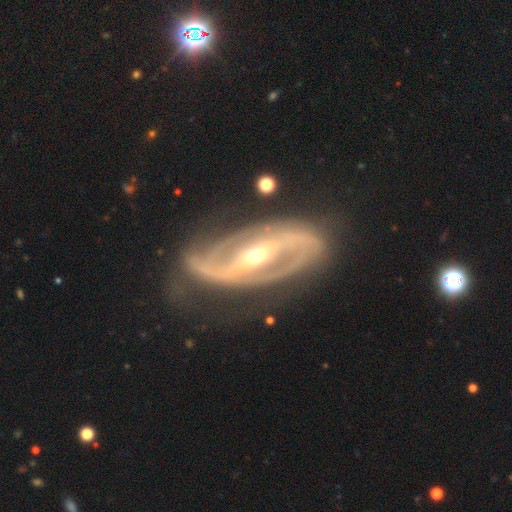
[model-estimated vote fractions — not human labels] The model was most divided on "bulge size": moderate: 54%, small: 41%, large: 3%, none: 1%, dominant: 1%. More confident: spiral arms — yes (96%); edge-on disk — no (94%); smooth or featured — featured or disk (92%); spiral arm count — 2 (91%); merging — none (71%); bar — strong (62%); spiral winding — medium (50%).